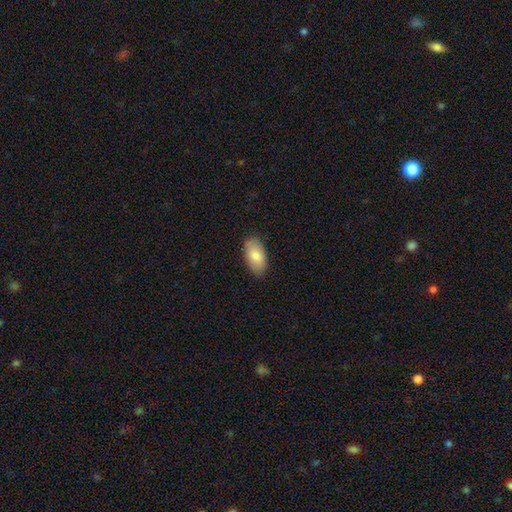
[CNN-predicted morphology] This appears to be a smooth galaxy with no disk features (81%) that is in between round and cigar-shaped (94%). Merging: none (87%).